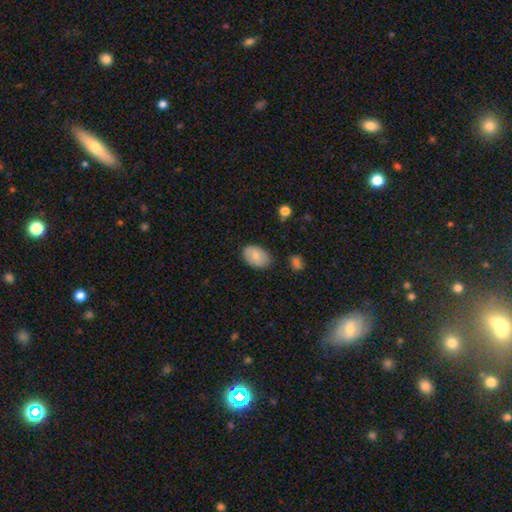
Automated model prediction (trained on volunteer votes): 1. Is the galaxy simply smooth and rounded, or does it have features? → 73% smooth, 19% featured or disk, 7% star or artifact.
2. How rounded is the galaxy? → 82% in between, 17% round, 1% cigar-shaped.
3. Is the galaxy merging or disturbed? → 78% none, 17% minor disturbance, 3% major disturbance, 2% merger.